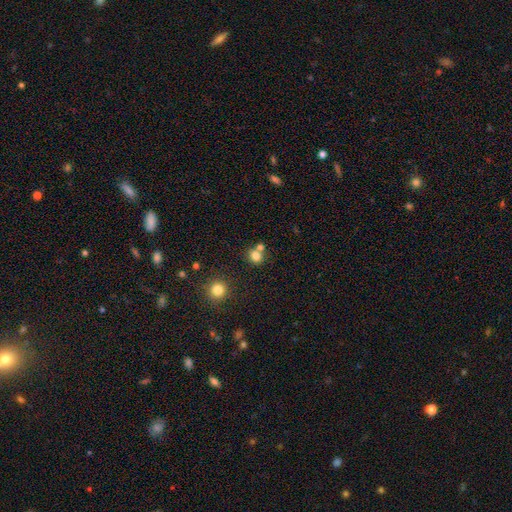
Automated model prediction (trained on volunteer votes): A smooth galaxy with no disk features (79%) that is round (77%).

Vote fractions:
- Smooth or featured? smooth: 79% / star or artifact: 13% / featured or disk: 9%
- How rounded? round: 77% / in between: 22% / cigar-shaped: 1%
- Merging? none: 55% / merger: 33% / minor disturbance: 9% / major disturbance: 3%